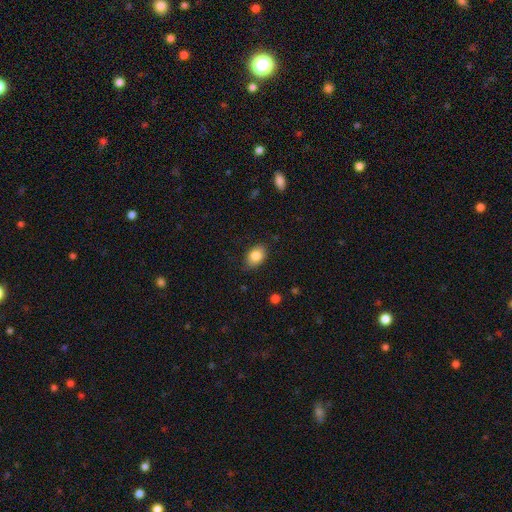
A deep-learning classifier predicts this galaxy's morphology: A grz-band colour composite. It shows a smooth galaxy with no disk features (84%) that is in between round and cigar-shaped (82%). Merging: none (81%).